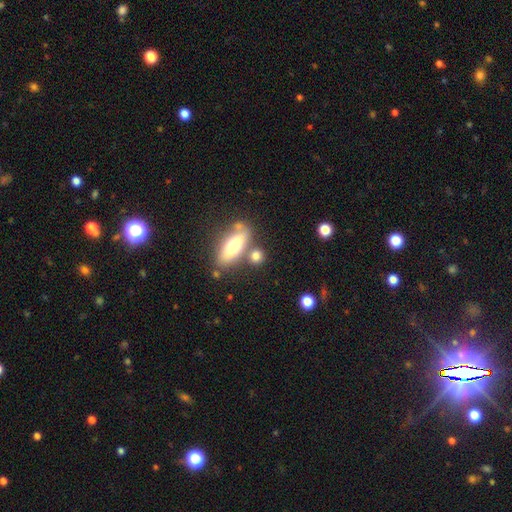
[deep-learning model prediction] smooth_or_featured: smooth (p=0.76) [alt: featured or disk p=0.15]
how_rounded: in between (p=0.41) [tied with: round p=0.41]
merging: none (p=0.64) [alt: merger p=0.19]